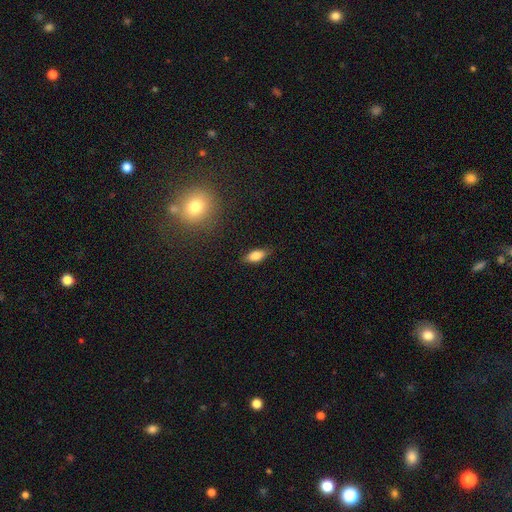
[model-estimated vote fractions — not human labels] Smooth or featured: smooth — 80% (featured or disk — 12%)
How rounded: in between — 81% (cigar-shaped — 16%)
Merging: none — 83% (minor disturbance — 13%)